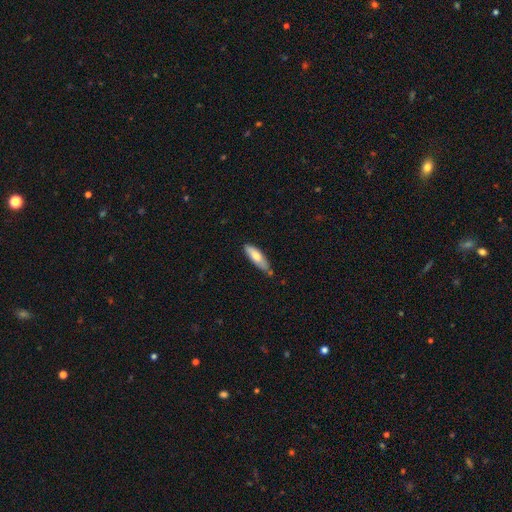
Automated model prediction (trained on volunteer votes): Smooth or featured? smooth (71%)
How rounded? cigar-shaped (51%)
Merging? none (66%)